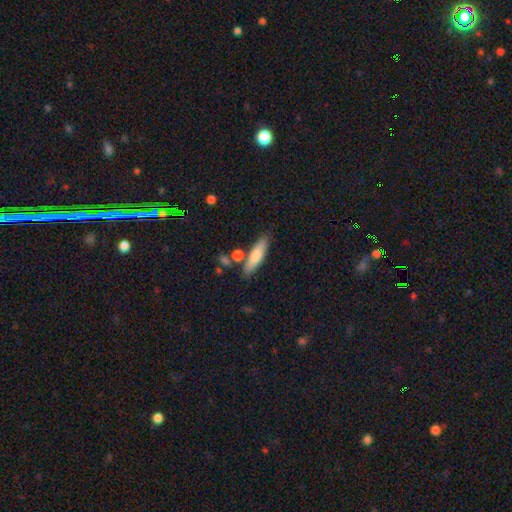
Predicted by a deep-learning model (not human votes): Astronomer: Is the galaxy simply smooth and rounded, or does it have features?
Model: smooth — 75%.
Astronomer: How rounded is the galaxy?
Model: cigar-shaped — 65%.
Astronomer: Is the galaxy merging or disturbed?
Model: none — 75%.